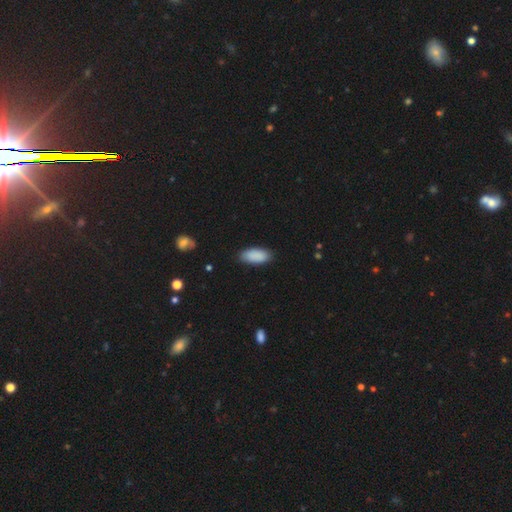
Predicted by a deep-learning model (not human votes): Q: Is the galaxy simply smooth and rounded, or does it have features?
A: smooth — 90%.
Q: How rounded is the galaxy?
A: in between — 90%.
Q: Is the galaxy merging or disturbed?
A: none — 84%.